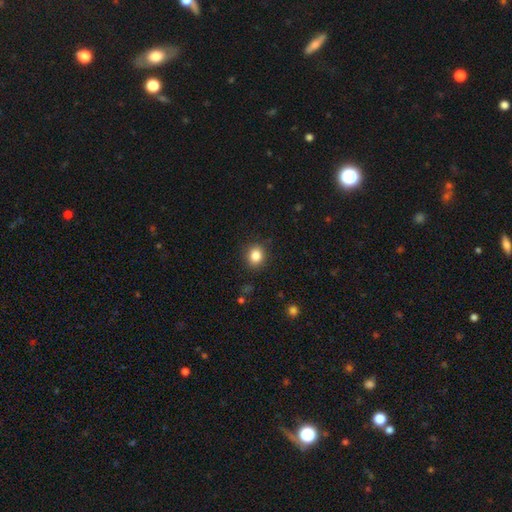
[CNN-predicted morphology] Smooth or featured? smooth (84%)
How rounded? round (72%)
Merging? none (88%)